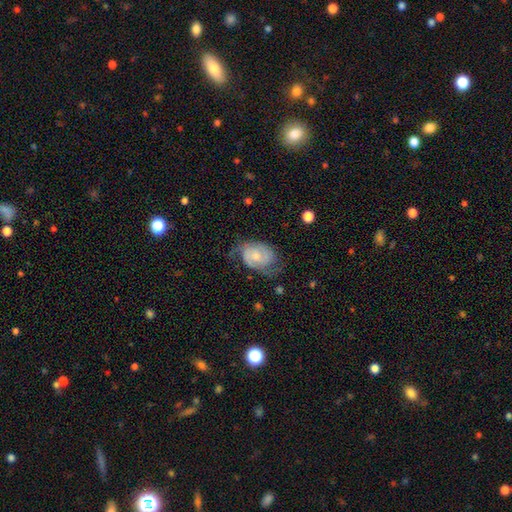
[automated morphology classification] Smooth or featured?
  - featured or disk: 70% *
  - smooth: 24%
  - star or artifact: 7%
Edge-on disk?
  - no: 97% *
  - yes: 3%
Bar?
  - no: 68% *
  - weak: 27%
  - strong: 4%
Spiral arms?
  - yes: 91% *
  - no: 9%
Spiral winding?
  - medium: 41% *
  - tight: 38%
  - loose: 21%
Spiral arm count?
  - 2: 74% *
  - can't tell: 13%
  - 1: 6%
  - 3: 4%
  - 4: 1%
  - more than 4: 1%
Bulge size?
  - small: 52% *
  - moderate: 37%
  - none: 6%
  - large: 4%
  - dominant: 1%
Merging?
  - none: 51% *
  - minor disturbance: 28%
  - major disturbance: 19%
  - merger: 2%